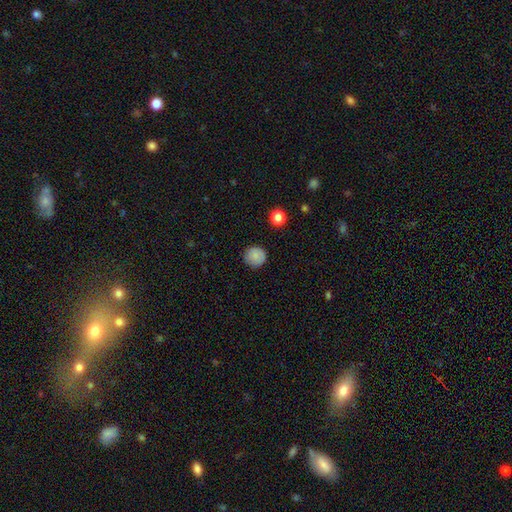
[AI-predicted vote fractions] Overall: smooth (86%). How rounded: round (93%). Merging: none (88%).